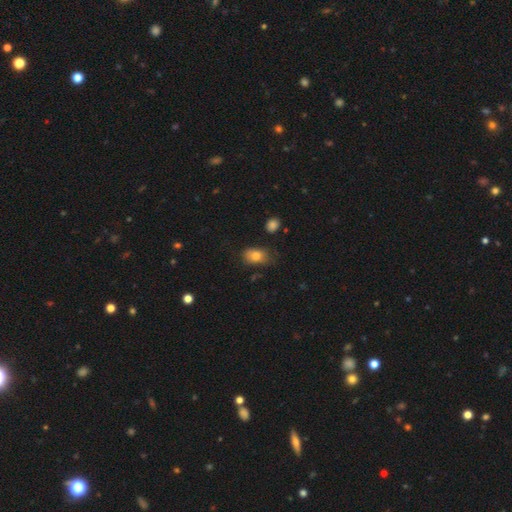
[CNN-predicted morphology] smooth 81%, featured or disk 10%, star or artifact 9%. Down the decision tree: how rounded — in between (78%); merging — none (60%).